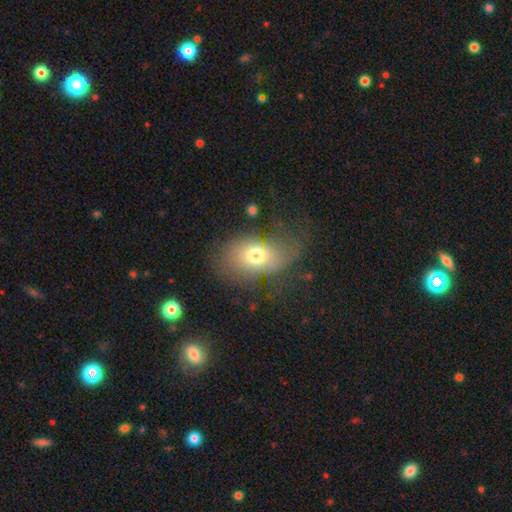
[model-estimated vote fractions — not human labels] smooth-or-featured: smooth: 65% | featured or disk: 22% | star or artifact: 13%
  how-rounded: in between: 73% | round: 25% | cigar-shaped: 2%
  merging: none: 44% | major disturbance: 29% | minor disturbance: 24% | merger: 3%